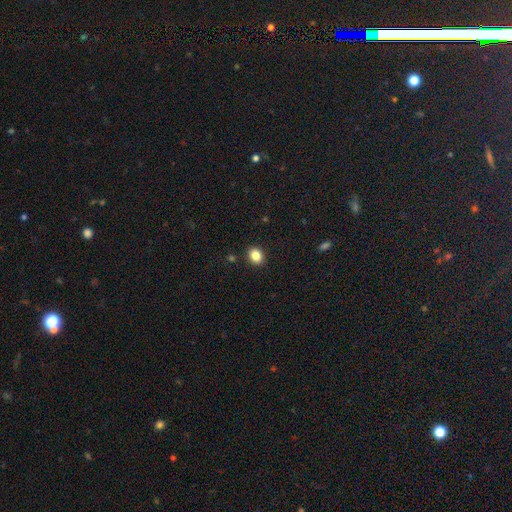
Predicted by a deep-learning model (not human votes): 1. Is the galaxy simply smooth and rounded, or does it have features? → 85% smooth, 10% star or artifact, 5% featured or disk.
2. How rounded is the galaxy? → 50% in between, 49% round, 1% cigar-shaped.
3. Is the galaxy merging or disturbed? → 90% none, 6% minor disturbance, 2% major disturbance, 1% merger.